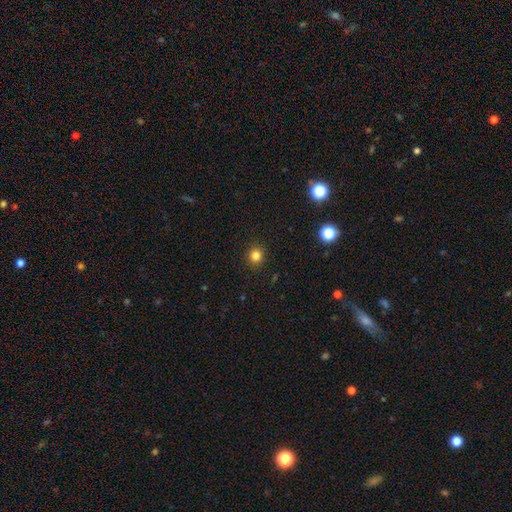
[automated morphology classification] smooth_or_featured: smooth (p=0.81) [alt: star or artifact p=0.14]
how_rounded: round (p=0.88) [alt: in between p=0.11]
merging: none (p=0.91) [alt: minor disturbance p=0.06]